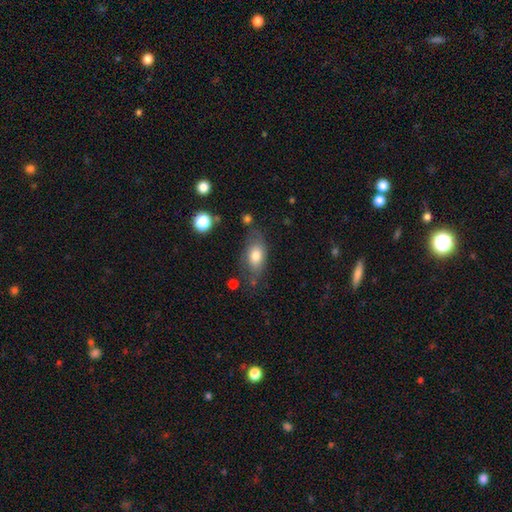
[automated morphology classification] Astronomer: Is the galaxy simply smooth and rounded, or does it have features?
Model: smooth — 75%.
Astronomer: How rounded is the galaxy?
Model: in between — 87%.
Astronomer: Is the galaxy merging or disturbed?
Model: none — 62%.